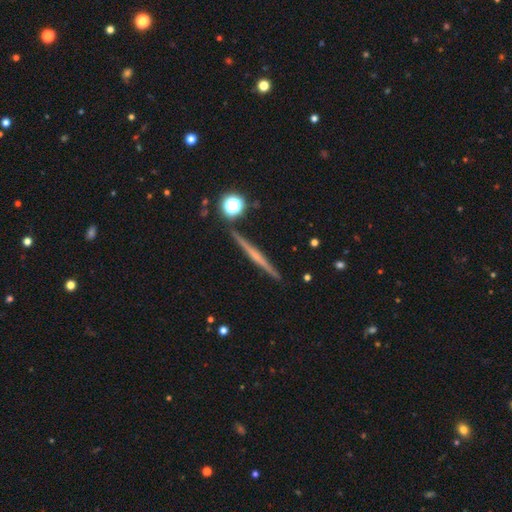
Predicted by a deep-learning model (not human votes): featured or disk 65%, smooth 28%, star or artifact 7%. Down the decision tree: edge-on disk — yes (98%); edge-on bulge — none (64%); merging — none (91%).